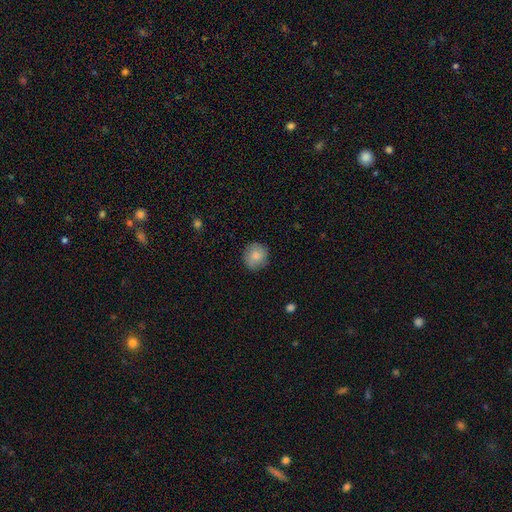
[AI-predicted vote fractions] smooth_or_featured: smooth (p=0.83) [alt: featured or disk p=0.10]
how_rounded: round (p=0.88) [alt: in between p=0.11]
merging: none (p=0.85) [alt: minor disturbance p=0.12]